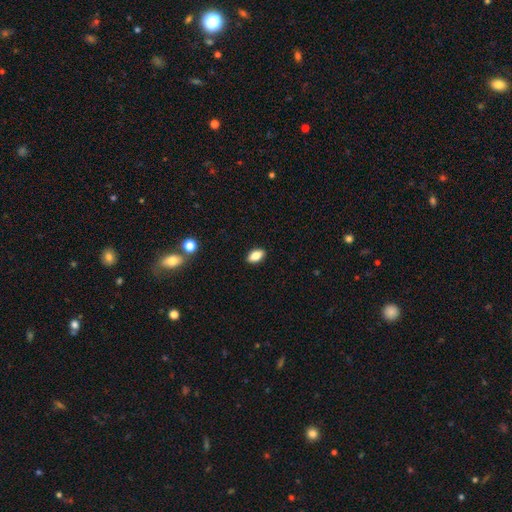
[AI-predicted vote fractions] Smooth or featured? Predicted: smooth (p=0.82). How rounded? Predicted: in between (p=0.89). Merging? Predicted: none (p=0.90).